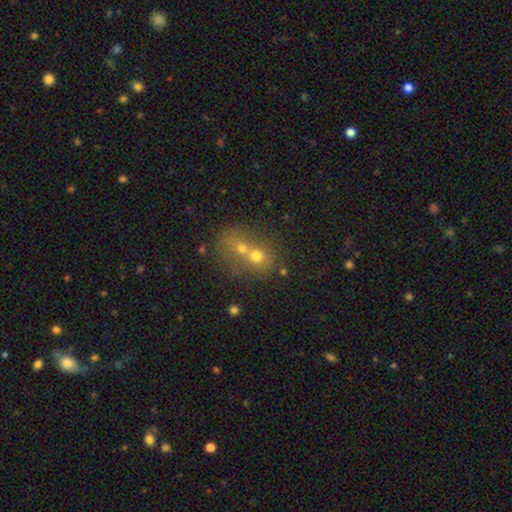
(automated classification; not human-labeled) The model was most divided on "smooth or featured": smooth: 57%, featured or disk: 23%, star or artifact: 19%. More confident: how rounded — round (70%); merging — merger (68%).